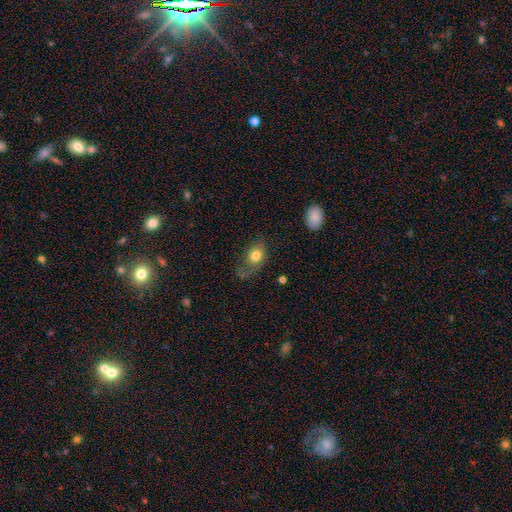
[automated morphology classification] Overall: smooth (72%). How rounded: in between (62%; round 36%). Merging: none (39%; major disturbance 32%).